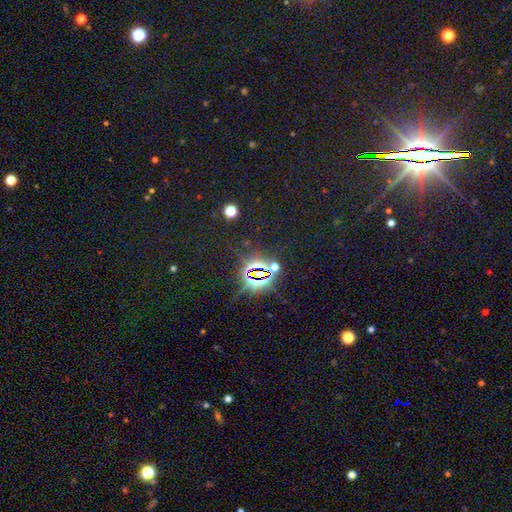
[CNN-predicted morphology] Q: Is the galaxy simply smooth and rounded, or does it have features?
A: star or artifact — 82%.